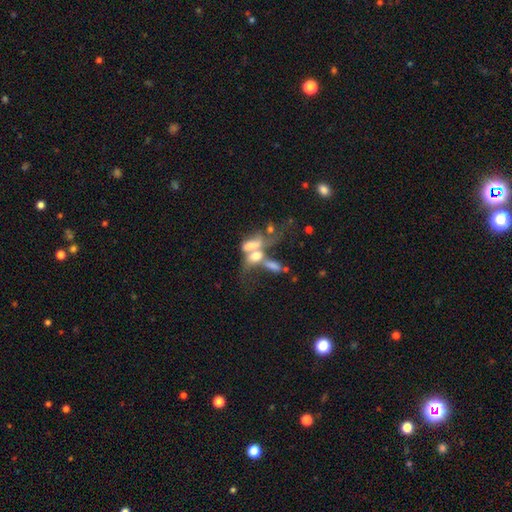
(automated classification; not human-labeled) smooth-or-featured: smooth: 45% | featured or disk: 42% | star or artifact: 13%
  merging: merger: 68% | major disturbance: 15% | none: 11% | minor disturbance: 6%